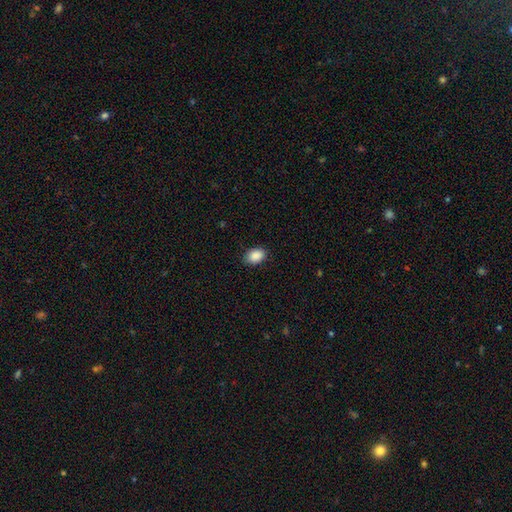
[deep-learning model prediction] This is clearly a smooth galaxy (89%). How rounded: likely in between (80%). Merging: clearly none (84%).